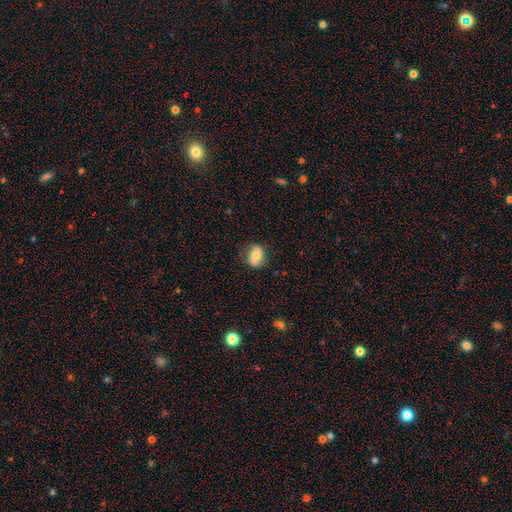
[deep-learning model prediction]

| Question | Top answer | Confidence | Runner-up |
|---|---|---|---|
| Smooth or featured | smooth | 64% | featured or disk (28%) |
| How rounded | in between | 64% | round (34%) |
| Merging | none | 78% | minor disturbance (17%) |